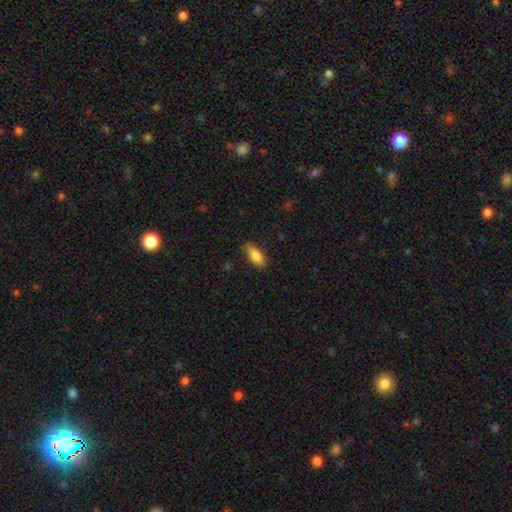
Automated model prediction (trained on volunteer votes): This is clearly a smooth galaxy (83%). How rounded: likely in between (75%). Merging: likely none (79%).